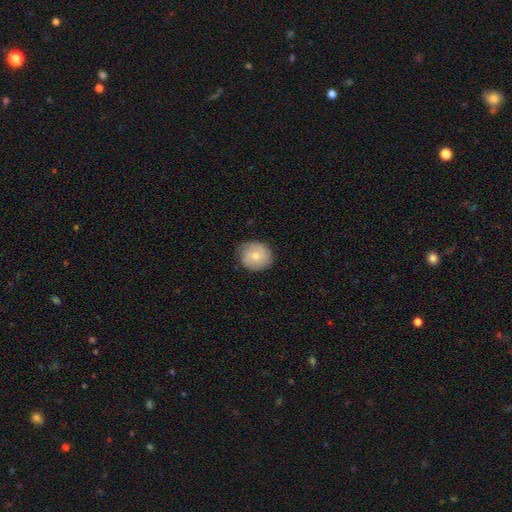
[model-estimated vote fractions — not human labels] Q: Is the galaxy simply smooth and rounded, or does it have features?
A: smooth — 62%.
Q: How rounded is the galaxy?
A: round — 78%.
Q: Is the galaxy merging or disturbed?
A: none — 77%.